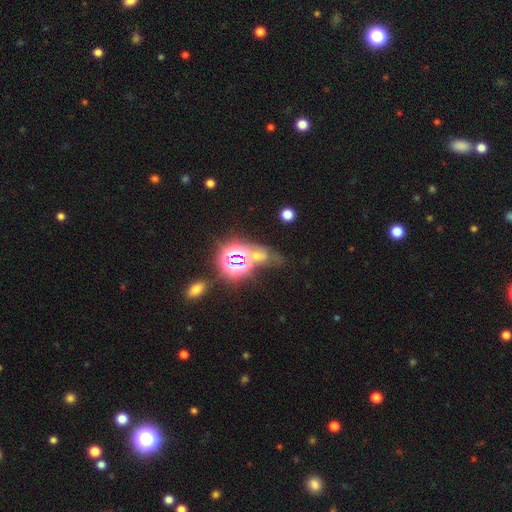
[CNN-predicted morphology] smooth_or_featured: star or artifact (p=0.64) [alt: smooth p=0.22]